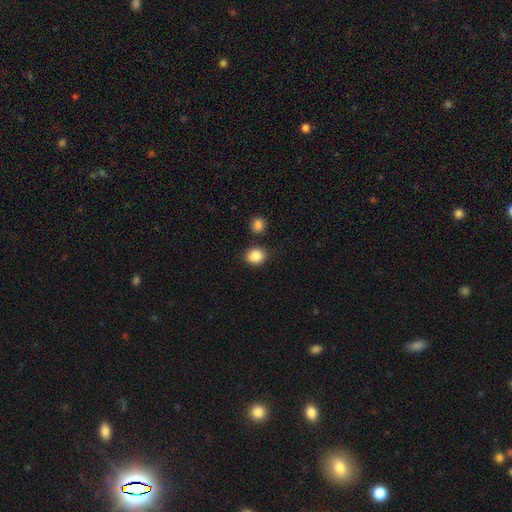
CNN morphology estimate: The model was most divided on "how rounded": round: 67%, in between: 32%, cigar-shaped: 1%. More confident: smooth or featured — smooth (86%); merging — none (81%).